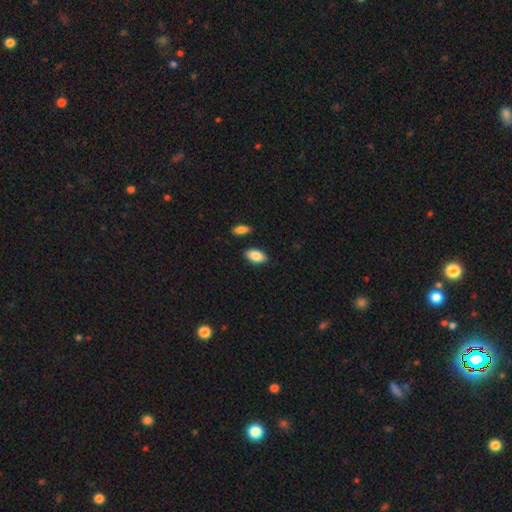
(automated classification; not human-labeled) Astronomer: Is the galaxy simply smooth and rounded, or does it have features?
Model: smooth — 87%.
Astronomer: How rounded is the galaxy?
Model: in between — 93%.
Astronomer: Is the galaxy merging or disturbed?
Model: none — 86%.